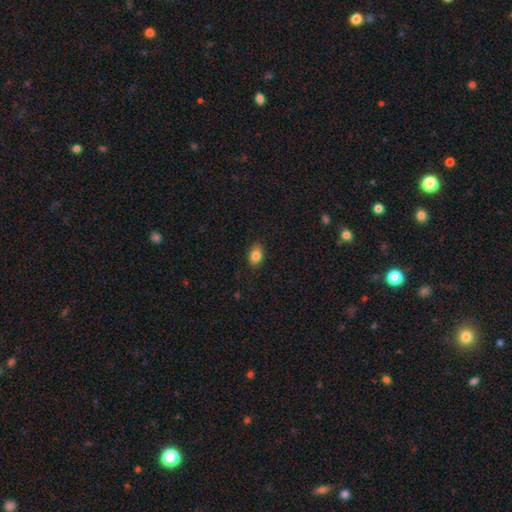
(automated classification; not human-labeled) Smooth or featured: smooth — 84% (star or artifact — 9%)
How rounded: in between — 81% (round — 18%)
Merging: none — 87% (minor disturbance — 10%)